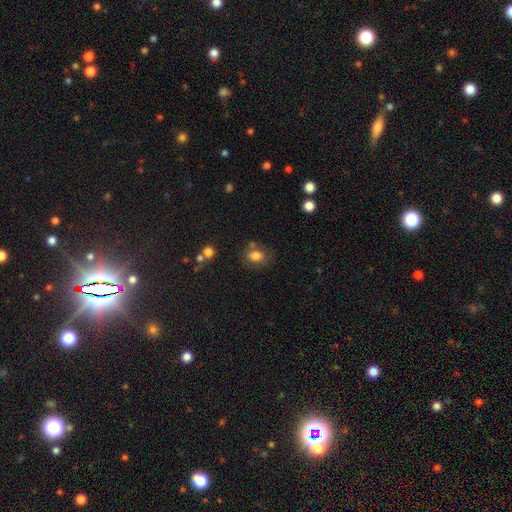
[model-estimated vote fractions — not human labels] A smooth galaxy with no disk features (76%) that is in between round and cigar-shaped (70%). Merging: none (62%).